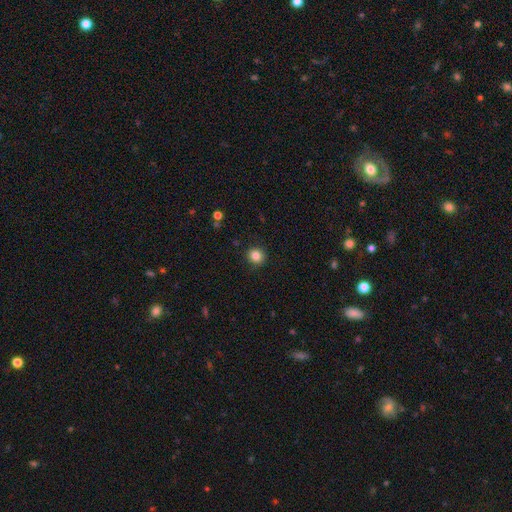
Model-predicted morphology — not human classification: smooth 84%, star or artifact 11%, featured or disk 5%. Down the decision tree: how rounded — round (90%); merging — none (91%).